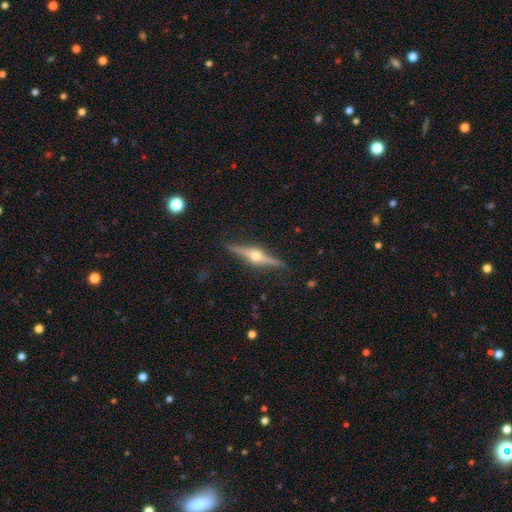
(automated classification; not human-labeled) A featured or disk galaxy (84%) viewed edge-on (98%) with a rounded central bulge (96%). Merging: none (89%).